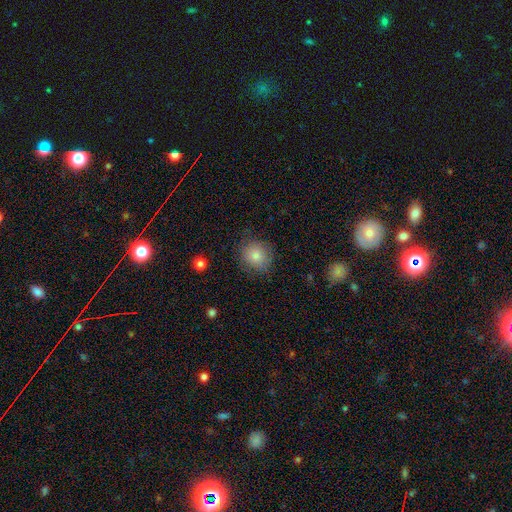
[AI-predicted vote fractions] Smooth or featured: smooth — 78% (star or artifact — 12%)
How rounded: round — 86% (in between — 13%)
Merging: none — 81% (minor disturbance — 14%)